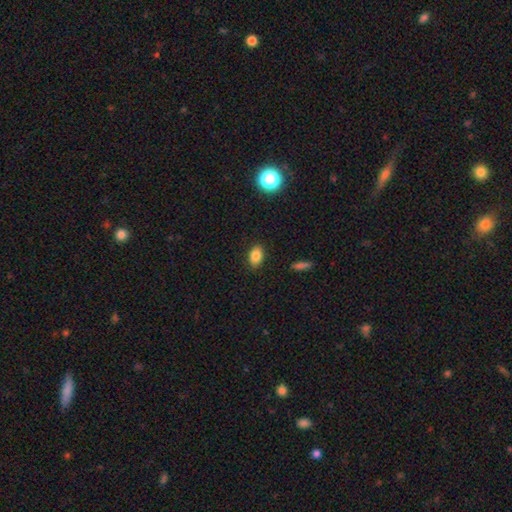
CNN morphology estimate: A smooth galaxy with no disk features (84%) that is in between round and cigar-shaped (85%). Merging: none (88%).